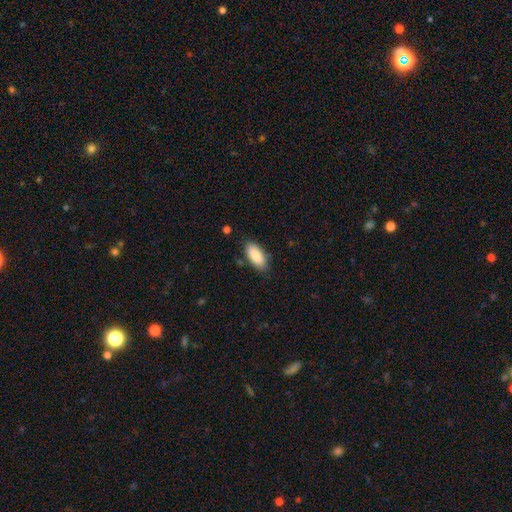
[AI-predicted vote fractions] A smooth galaxy with no disk features (87%) that is in between round and cigar-shaped (88%).

Vote fractions:
- Smooth or featured? smooth: 87% / featured or disk: 7% / star or artifact: 6%
- How rounded? in between: 88% / cigar-shaped: 11% / round: 2%
- Merging? none: 84% / minor disturbance: 12% / major disturbance: 2% / merger: 2%